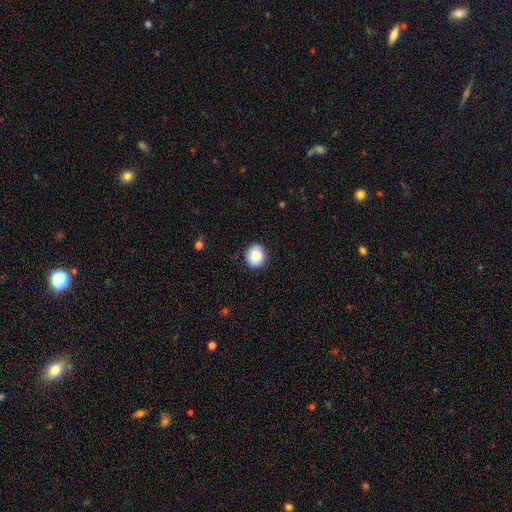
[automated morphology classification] smooth_or_featured: smooth (p=0.87) [alt: star or artifact p=0.08]
how_rounded: round (p=0.75) [alt: in between p=0.25]
merging: none (p=0.90) [alt: minor disturbance p=0.07]